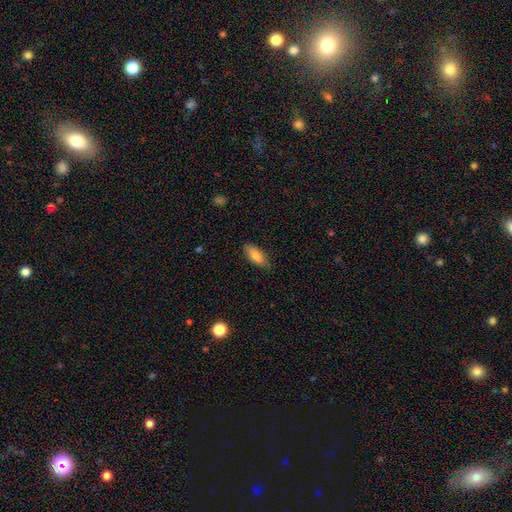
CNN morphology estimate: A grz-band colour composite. It shows a smooth galaxy with no disk features (79%) that is in between round and cigar-shaped (77%). Merging: none (80%).